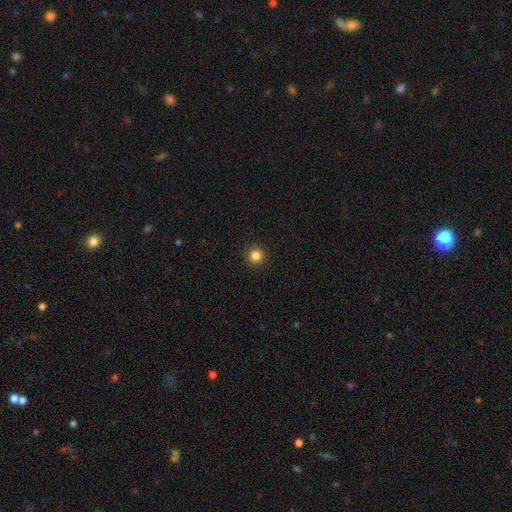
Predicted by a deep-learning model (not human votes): A smooth galaxy with no disk features (84%) that is round (96%). Merging: none (93%).